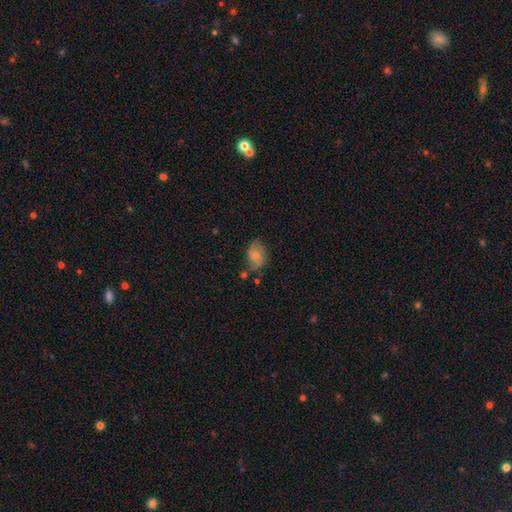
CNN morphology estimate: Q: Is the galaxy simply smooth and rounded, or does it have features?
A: smooth — 50%.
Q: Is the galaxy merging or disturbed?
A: none — 58%.